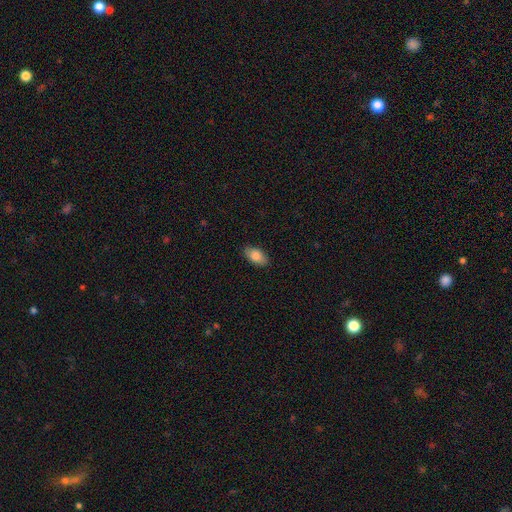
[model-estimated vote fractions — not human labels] Smooth or featured? smooth (85%)
How rounded? in between (93%)
Merging? none (87%)